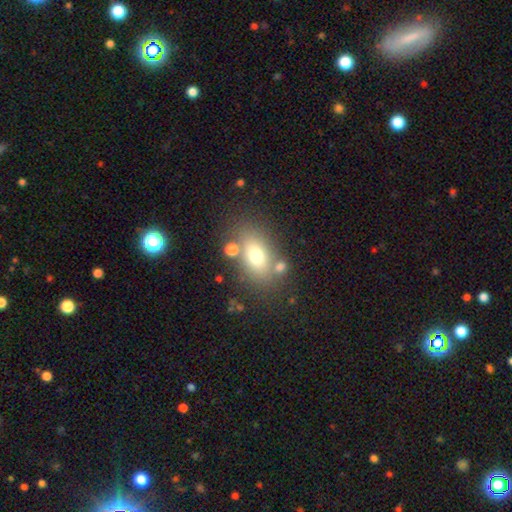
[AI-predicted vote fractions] smooth_or_featured: smooth (p=0.69) [alt: featured or disk p=0.19]
how_rounded: in between (p=0.80) [alt: round p=0.17]
merging: none (p=0.69) [alt: minor disturbance p=0.13]